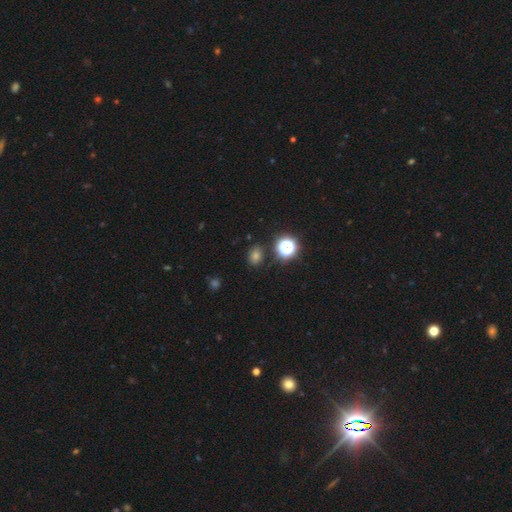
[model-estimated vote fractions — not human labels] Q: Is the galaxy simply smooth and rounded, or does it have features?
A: smooth — 63%.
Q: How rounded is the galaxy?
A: round — 61%.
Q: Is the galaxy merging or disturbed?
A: none — 85%.